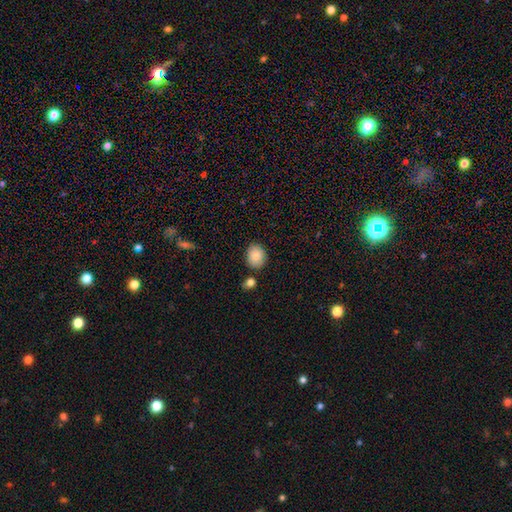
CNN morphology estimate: Smooth or featured: smooth — 87% (star or artifact — 8%)
How rounded: round — 53% (in between — 46%)
Merging: none — 79% (minor disturbance — 13%)